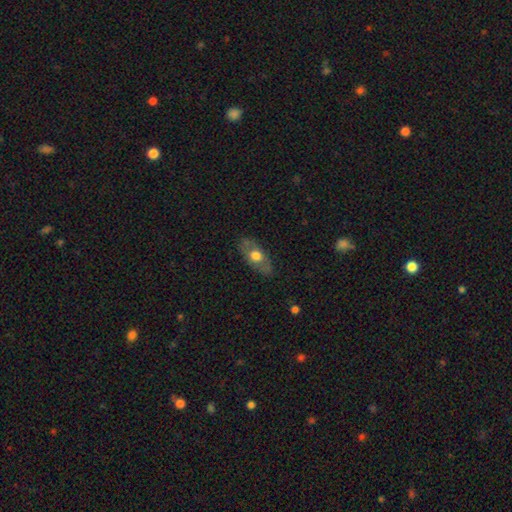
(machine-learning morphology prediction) smooth 55%, featured or disk 39%, star or artifact 7%. Down the decision tree: how rounded — in between (83%); merging — none (79%).